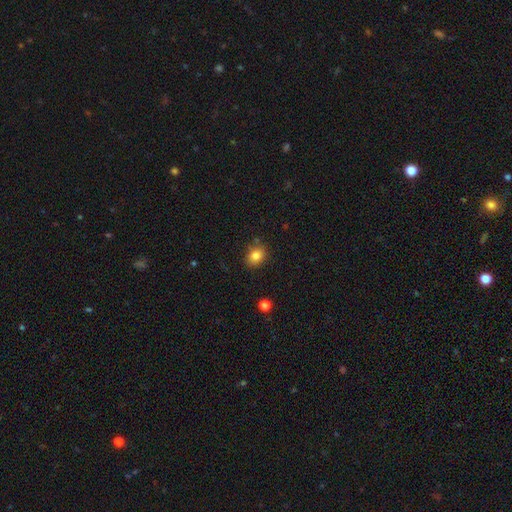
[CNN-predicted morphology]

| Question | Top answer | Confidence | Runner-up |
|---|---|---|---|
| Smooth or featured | smooth | 83% | star or artifact (11%) |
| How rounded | round | 54% | in between (45%) |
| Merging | none | 83% | minor disturbance (12%) |